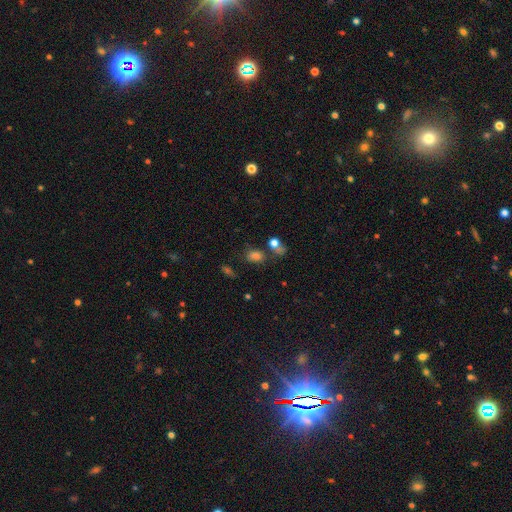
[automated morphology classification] The model was most divided on "how rounded": in between: 67%, round: 30%, cigar-shaped: 3%. More confident: smooth or featured — smooth (63%); merging — none (60%).